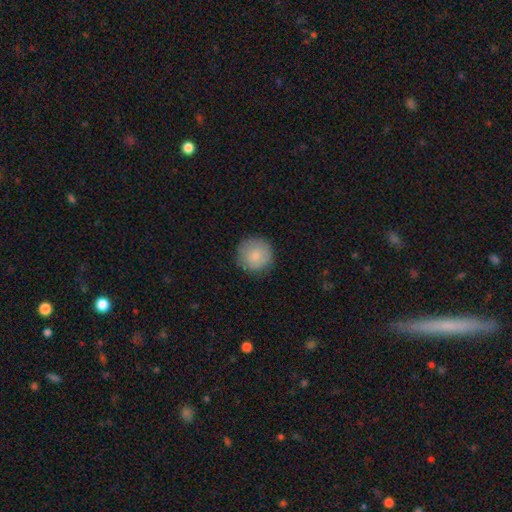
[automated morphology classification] This is clearly a smooth galaxy (80%). How rounded: clearly round (95%). Merging: clearly none (85%).